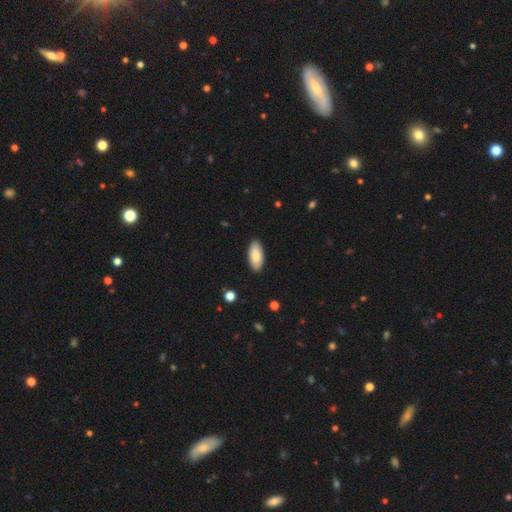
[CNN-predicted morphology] smooth 83%, featured or disk 11%, star or artifact 6%. Down the decision tree: how rounded — in between (89%); merging — none (89%).